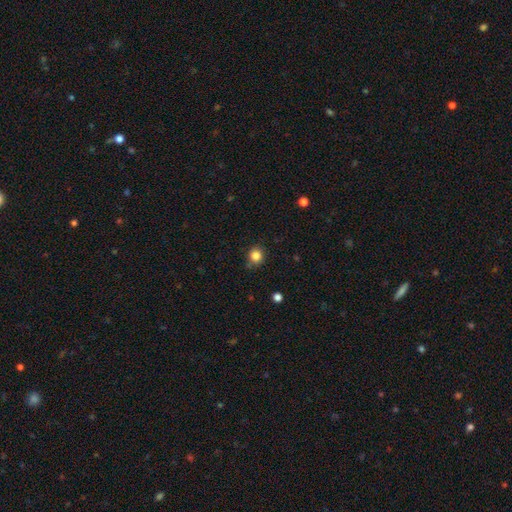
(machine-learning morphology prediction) Q: Smooth or featured?
A: smooth (84%); runner-up: star or artifact (12%)
Q: How rounded?
A: round (86%); runner-up: in between (13%)
Q: Merging?
A: none (82%); runner-up: minor disturbance (12%)